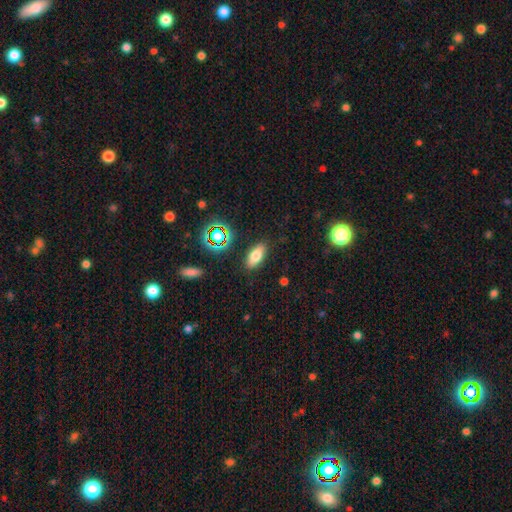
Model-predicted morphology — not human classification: This is likely a smooth galaxy (72%). How rounded: clearly in between (82%). Merging: clearly none (86%).